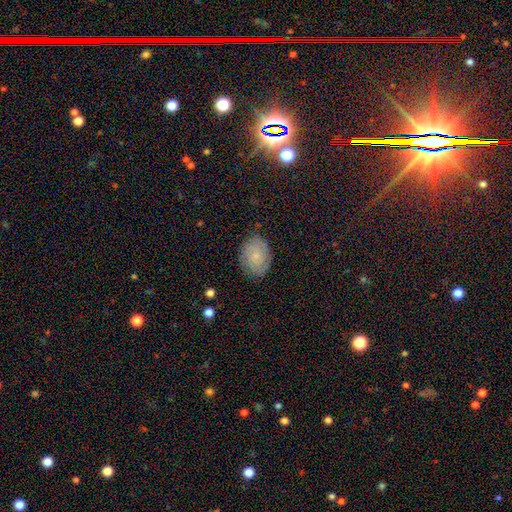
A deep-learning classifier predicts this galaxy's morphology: smooth_or_featured: smooth (p=0.61) [alt: featured or disk p=0.28]
how_rounded: in between (p=0.73) [alt: round p=0.25]
merging: none (p=0.81) [alt: minor disturbance p=0.14]